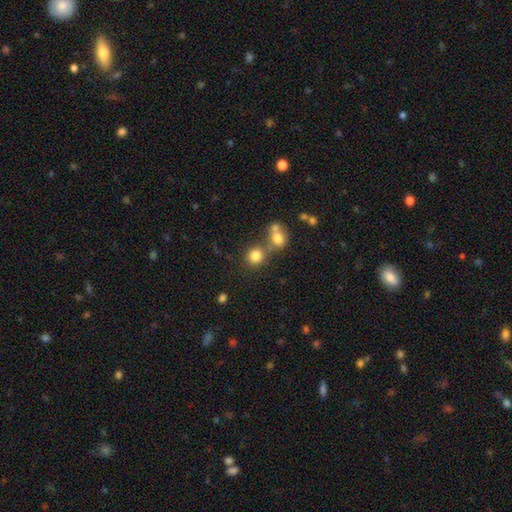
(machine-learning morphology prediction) The model was most divided on "merging": none: 59%, merger: 28%, minor disturbance: 8%, major disturbance: 4%. More confident: how rounded — round (85%); smooth or featured — smooth (80%).